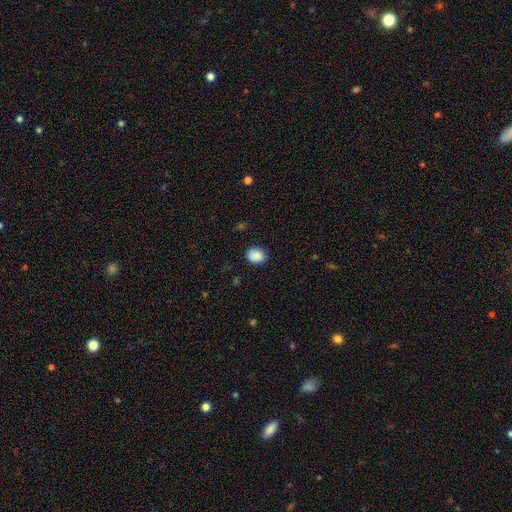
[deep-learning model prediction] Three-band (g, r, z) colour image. It shows a smooth galaxy with no disk features (87%) that is round (54%). Merging: none (81%).